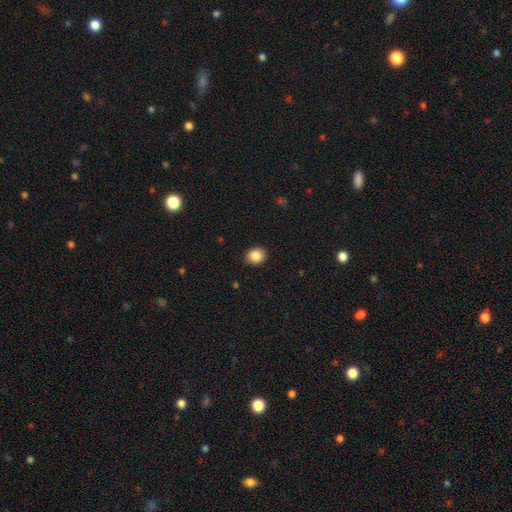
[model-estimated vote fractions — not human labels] Smooth or featured? smooth (87%)
How rounded? round (59%)
Merging? none (89%)